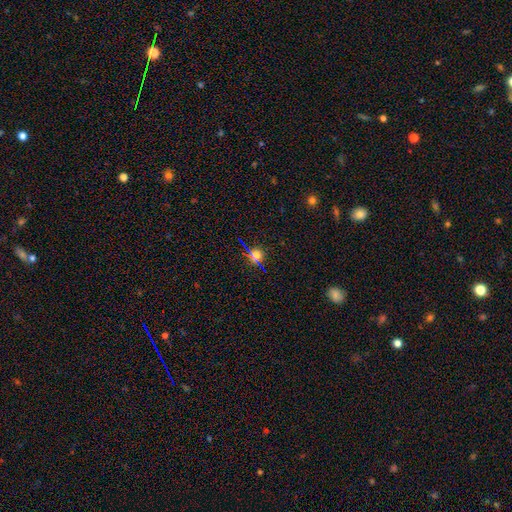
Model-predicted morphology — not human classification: smooth_or_featured: smooth (p=0.51) [alt: star or artifact p=0.40]
how_rounded: round (p=0.87) [alt: in between p=0.10]
merging: none (p=0.84) [alt: minor disturbance p=0.08]